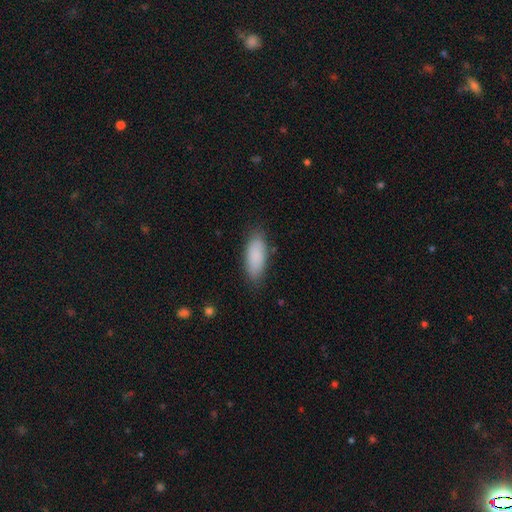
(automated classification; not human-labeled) Smooth or featured? Predicted: smooth (p=0.87). How rounded? Predicted: in between (p=0.74). Merging? Predicted: none (p=0.82).